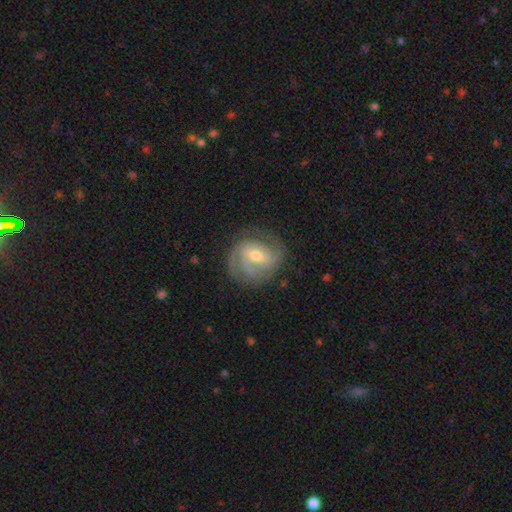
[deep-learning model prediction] featured or disk 83%, smooth 11%, star or artifact 5%. Down the decision tree: edge-on disk — no (97%); bar — weak (45%); spiral arms — yes (95%); spiral arm count — 2 (43%); spiral winding — tight (48%); bulge size — moderate (61%); merging — none (75%).